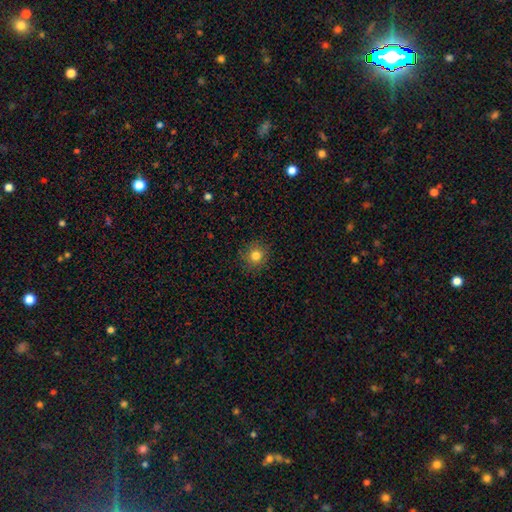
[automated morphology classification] The model was most divided on "smooth or featured": smooth: 81%, star or artifact: 13%, featured or disk: 7%. More confident: how rounded — round (90%); merging — none (89%).